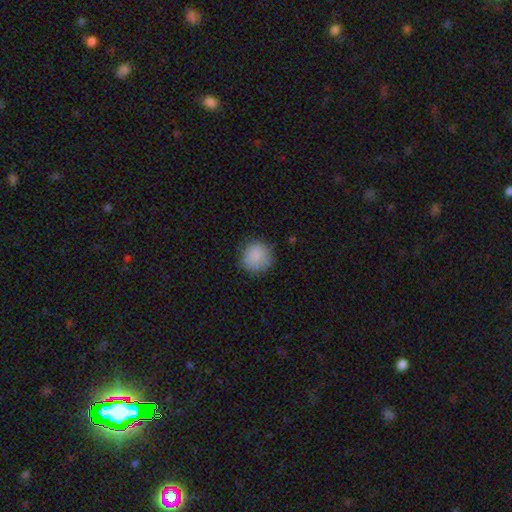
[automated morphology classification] Smooth or featured?
  - smooth: 85% *
  - star or artifact: 9%
  - featured or disk: 6%
How rounded?
  - round: 90% *
  - in between: 9%
  - cigar-shaped: 1%
Merging?
  - none: 79% *
  - minor disturbance: 16%
  - major disturbance: 4%
  - merger: 1%